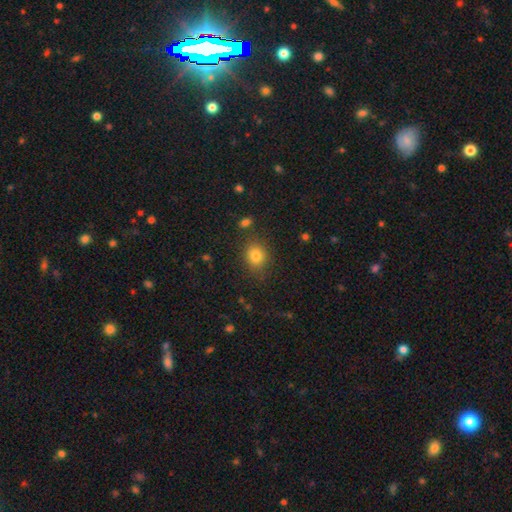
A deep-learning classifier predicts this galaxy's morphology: Smooth or featured? smooth (80%)
How rounded? round (63%)
Merging? none (81%)